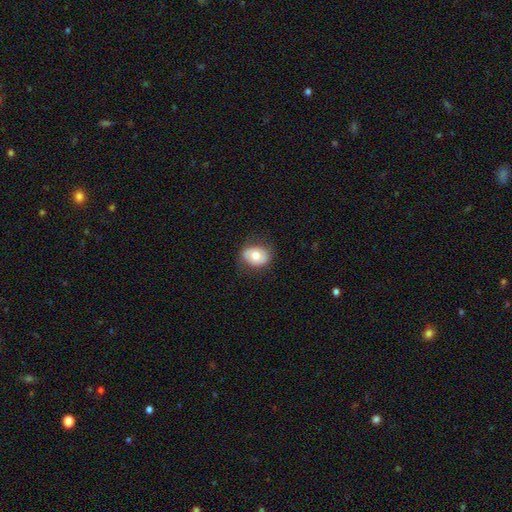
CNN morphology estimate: Smooth or featured? smooth (68%)
How rounded? in between (58%)
Merging? none (78%)